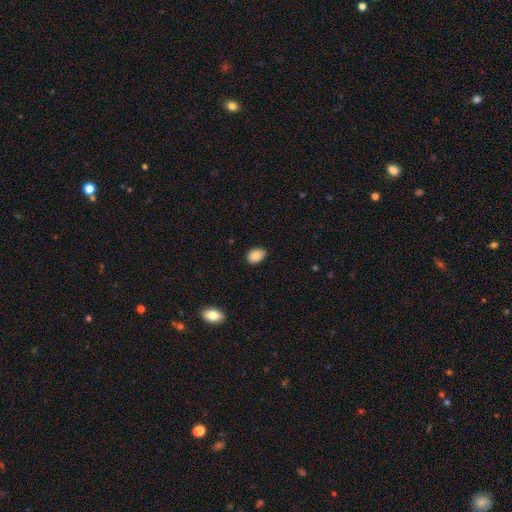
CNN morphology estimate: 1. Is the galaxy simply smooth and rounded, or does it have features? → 86% smooth, 8% star or artifact, 5% featured or disk.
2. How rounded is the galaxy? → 77% in between, 22% round, 1% cigar-shaped.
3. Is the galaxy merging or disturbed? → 83% none, 14% minor disturbance, 2% major disturbance, 1% merger.